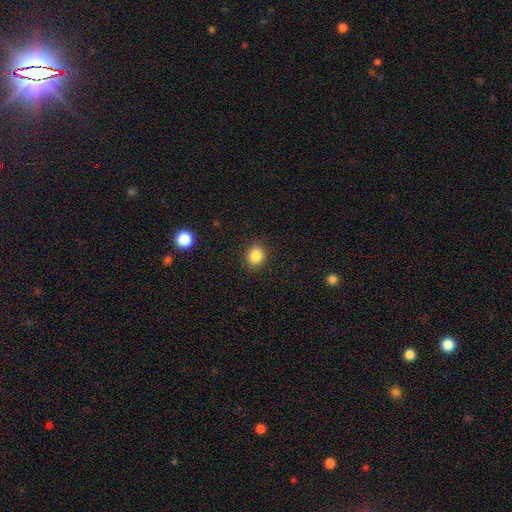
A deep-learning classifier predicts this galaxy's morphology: smooth-or-featured: smooth: 85% | star or artifact: 10% | featured or disk: 5%
  how-rounded: round: 74% | in between: 25% | cigar-shaped: 1%
  merging: none: 90% | minor disturbance: 7% | major disturbance: 2% | merger: 1%